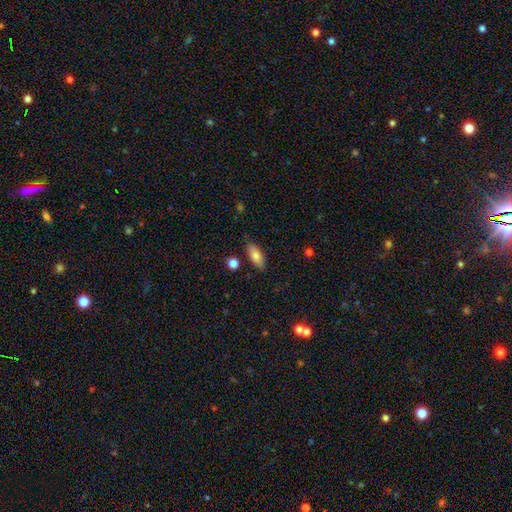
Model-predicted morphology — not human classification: Q: Smooth or featured?
A: smooth (79%); runner-up: featured or disk (14%)
Q: How rounded?
A: in between (78%); runner-up: cigar-shaped (19%)
Q: Merging?
A: none (83%); runner-up: minor disturbance (12%)